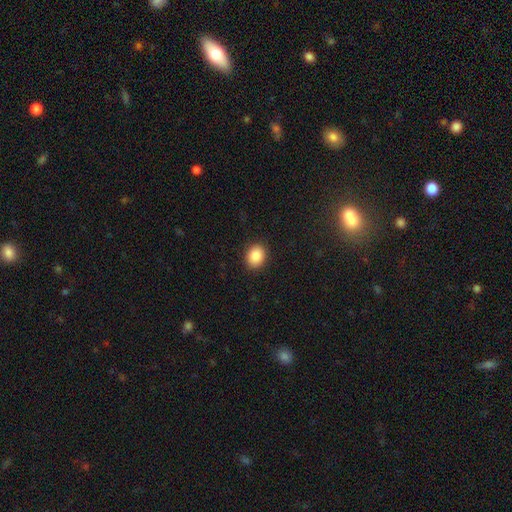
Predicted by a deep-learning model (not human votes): Smooth or featured? smooth (88%)
How rounded? round (50%)
Merging? none (90%)